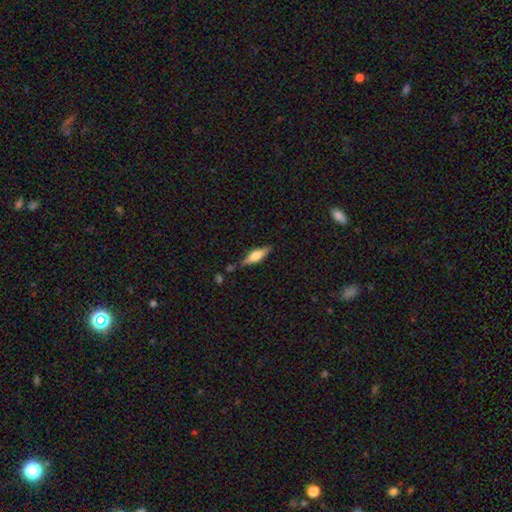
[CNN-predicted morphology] This is possibly a smooth galaxy (52%). How rounded: likely cigar-shaped (63%). Merging: likely none (77%).